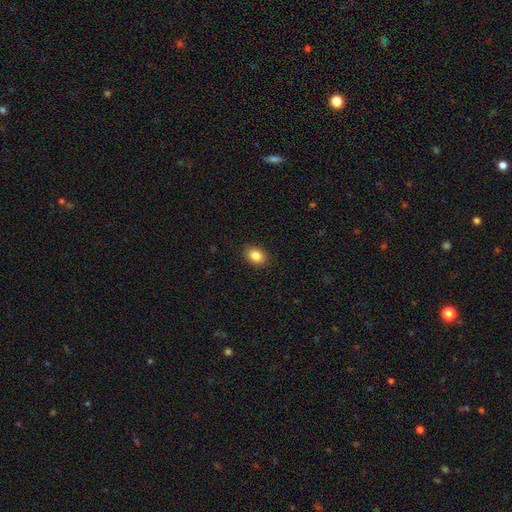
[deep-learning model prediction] smooth 86%, star or artifact 9%, featured or disk 6%. Down the decision tree: how rounded — in between (73%); merging — none (88%).